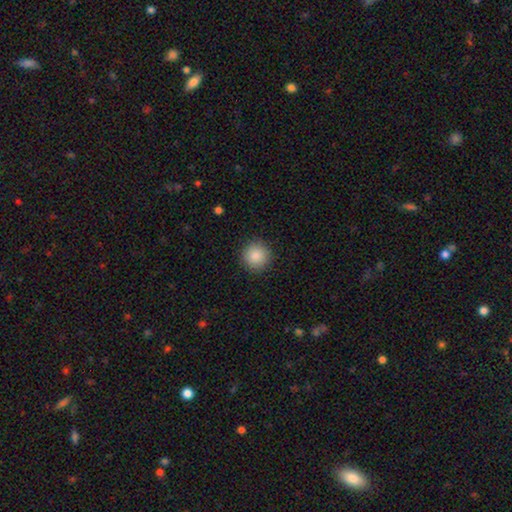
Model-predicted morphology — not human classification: Q: Smooth or featured?
A: smooth (88%); runner-up: star or artifact (8%)
Q: How rounded?
A: round (95%); runner-up: in between (4%)
Q: Merging?
A: none (91%); runner-up: minor disturbance (6%)